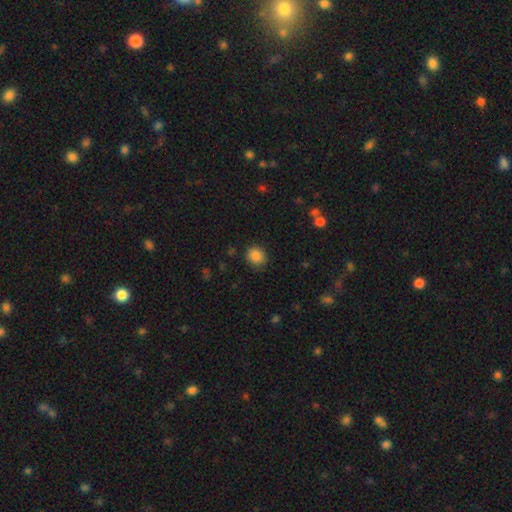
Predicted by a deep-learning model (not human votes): The model was most divided on "how rounded": round: 80%, in between: 19%, cigar-shaped: 1%. More confident: merging — none (87%); smooth or featured — smooth (85%).